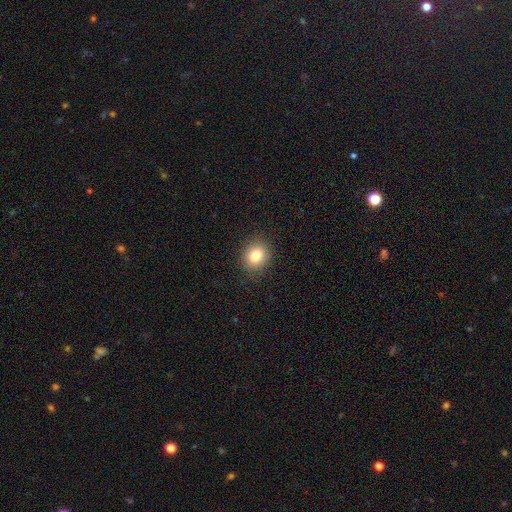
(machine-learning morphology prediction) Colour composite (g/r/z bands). It shows a smooth galaxy with no disk features (82%) that is round (74%). Merging: none (88%).